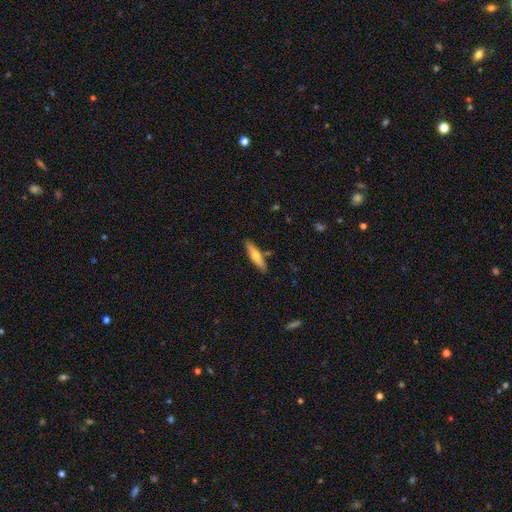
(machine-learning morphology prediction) The model was most divided on "smooth or featured": smooth: 56%, featured or disk: 38%, star or artifact: 6%. More confident: merging — none (83%); how rounded — cigar-shaped (77%).